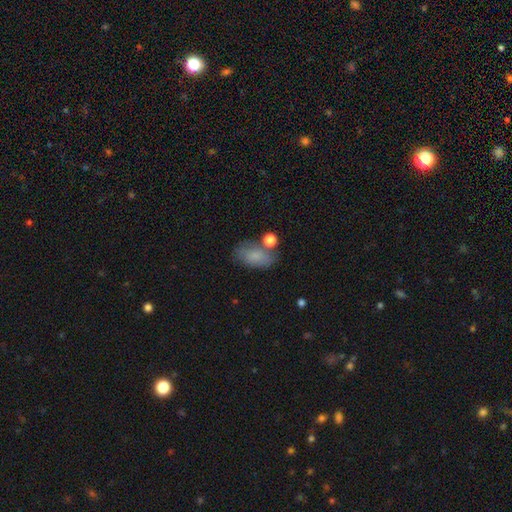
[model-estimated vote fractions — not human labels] smooth-or-featured: smooth: 79% | featured or disk: 13% | star or artifact: 9%
  how-rounded: in between: 89% | round: 8% | cigar-shaped: 2%
  merging: none: 58% | minor disturbance: 20% | merger: 15% | major disturbance: 7%